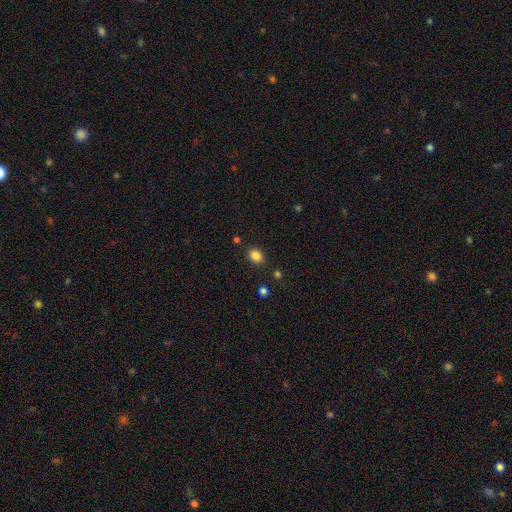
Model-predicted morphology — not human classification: smooth-or-featured: smooth: 85% | star or artifact: 11% | featured or disk: 4%
  how-rounded: in between: 50% | round: 49% | cigar-shaped: 1%
  merging: none: 85% | minor disturbance: 10% | merger: 3% | major disturbance: 3%